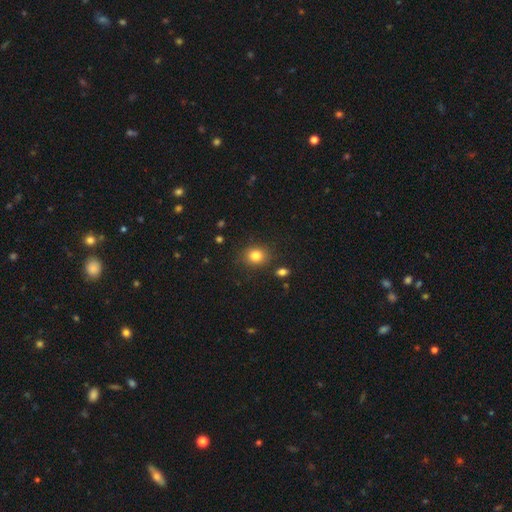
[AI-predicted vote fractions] Smooth or featured? Predicted: smooth (p=0.82). How rounded? Predicted: round (p=0.66). Merging? Predicted: none (p=0.85).